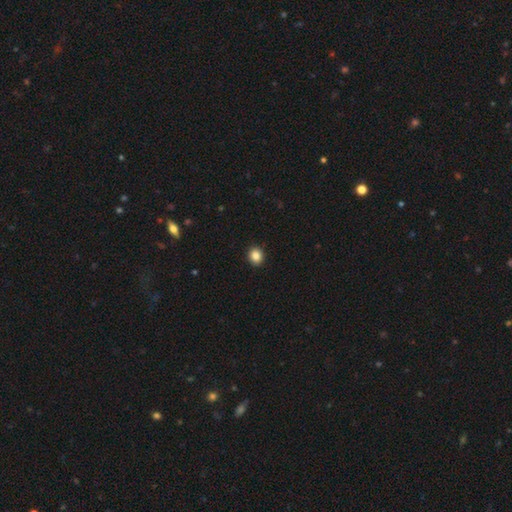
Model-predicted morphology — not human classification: Smooth or featured: smooth — 86% (star or artifact — 10%)
How rounded: round — 76% (in between — 23%)
Merging: none — 92% (minor disturbance — 5%)